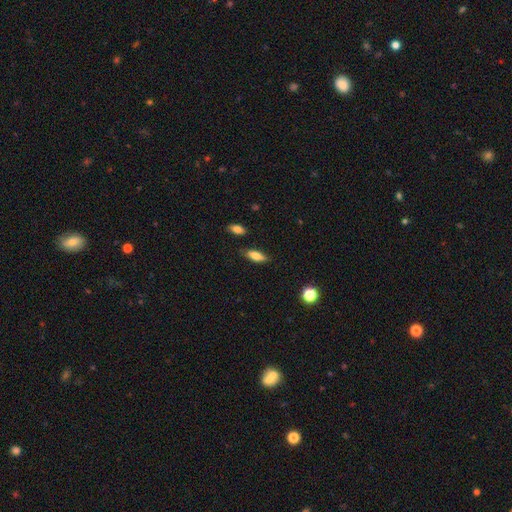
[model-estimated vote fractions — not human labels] Smooth or featured? smooth (78%)
How rounded? in between (69%)
Merging? none (80%)